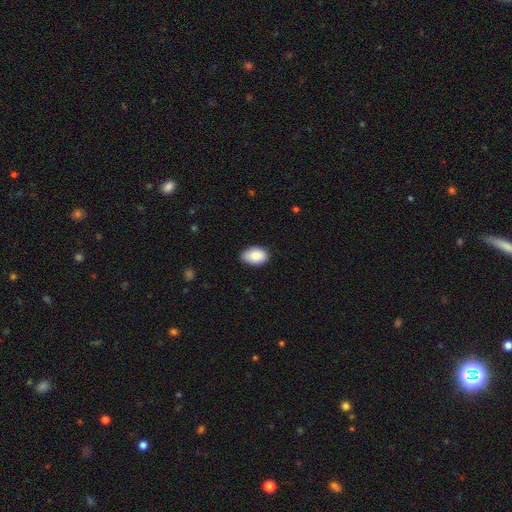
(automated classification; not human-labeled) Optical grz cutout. It shows a smooth galaxy with no disk features (87%) that is in between round and cigar-shaped (88%). Merging: none (81%).